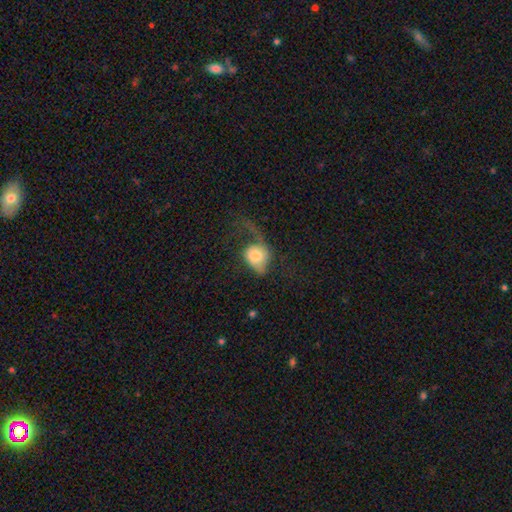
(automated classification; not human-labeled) Overall: smooth (58%; featured or disk 35%). How rounded: round (50%; in between 48%). Merging: major disturbance (56%; none 22%).